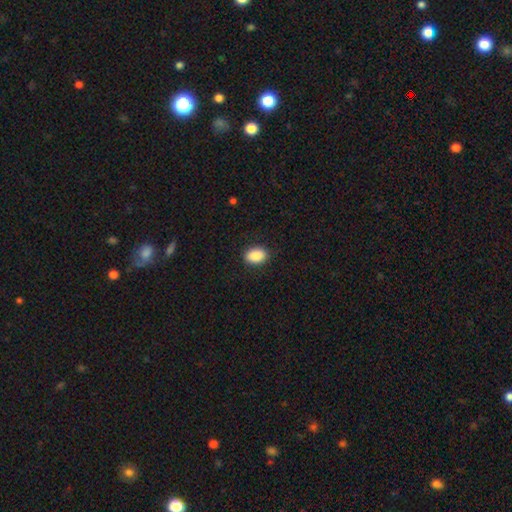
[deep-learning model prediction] Smooth or featured: smooth — 89% (star or artifact — 8%)
How rounded: in between — 83% (round — 16%)
Merging: none — 89% (minor disturbance — 8%)